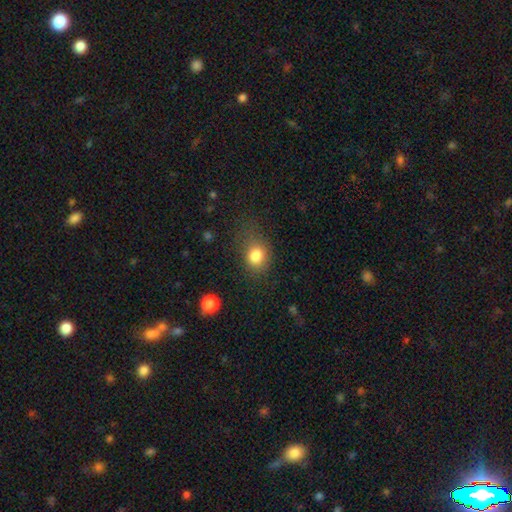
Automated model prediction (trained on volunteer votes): This appears to be a smooth galaxy with no disk features (82%) that is round (50%). Merging: none (58%).